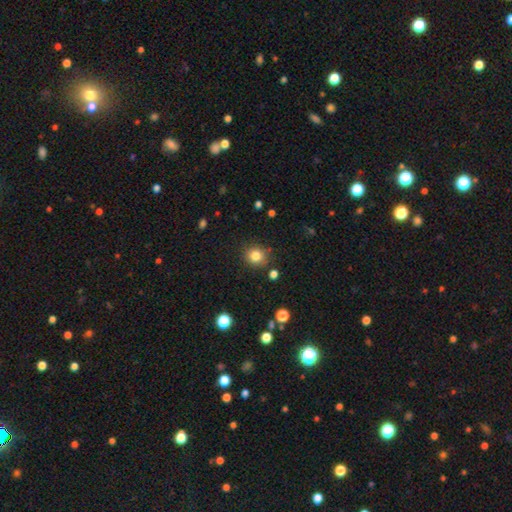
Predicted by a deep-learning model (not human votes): smooth-or-featured: smooth: 82% | star or artifact: 12% | featured or disk: 6%
  how-rounded: round: 84% | in between: 15% | cigar-shaped: 1%
  merging: none: 85% | minor disturbance: 10% | merger: 3% | major disturbance: 3%